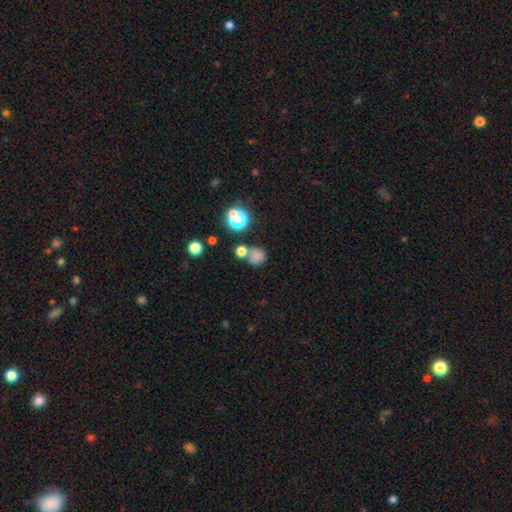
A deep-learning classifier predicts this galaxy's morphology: smooth-or-featured: smooth: 69% | star or artifact: 20% | featured or disk: 10%
  how-rounded: round: 80% | in between: 19% | cigar-shaped: 1%
  merging: none: 50% | merger: 30% | minor disturbance: 13% | major disturbance: 7%